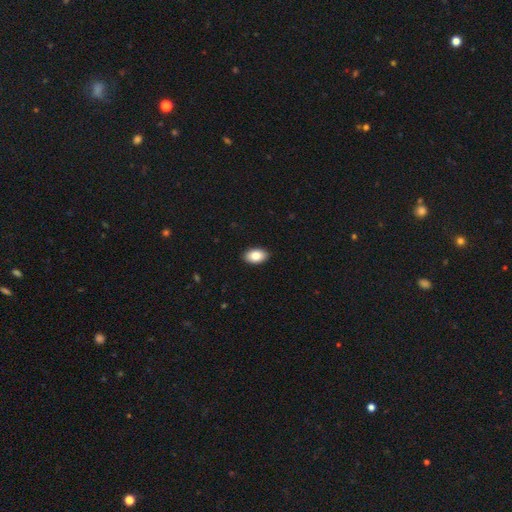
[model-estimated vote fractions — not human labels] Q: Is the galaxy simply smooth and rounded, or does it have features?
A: smooth — 85%.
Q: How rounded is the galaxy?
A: in between — 92%.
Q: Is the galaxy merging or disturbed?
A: none — 91%.